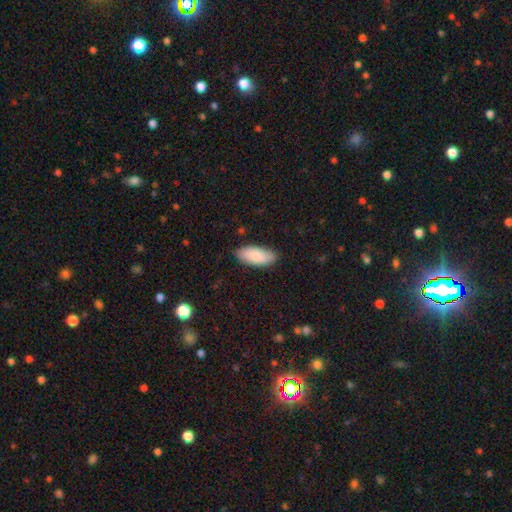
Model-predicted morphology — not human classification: Q: Smooth or featured?
A: smooth (86%); runner-up: featured or disk (8%)
Q: How rounded?
A: in between (88%); runner-up: cigar-shaped (11%)
Q: Merging?
A: none (84%); runner-up: minor disturbance (13%)